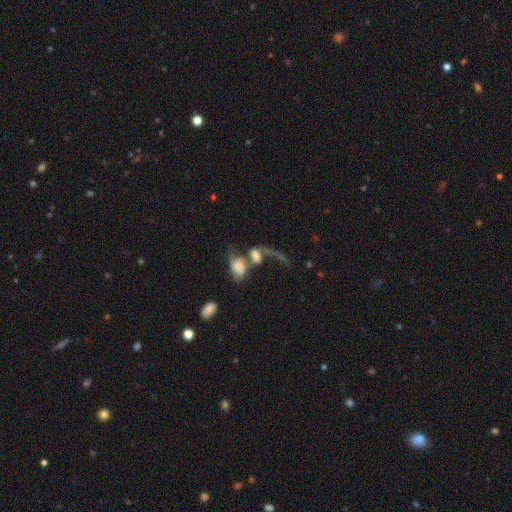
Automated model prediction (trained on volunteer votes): Overall: smooth (44%, tied with featured or disk). Merging: merger (67%).